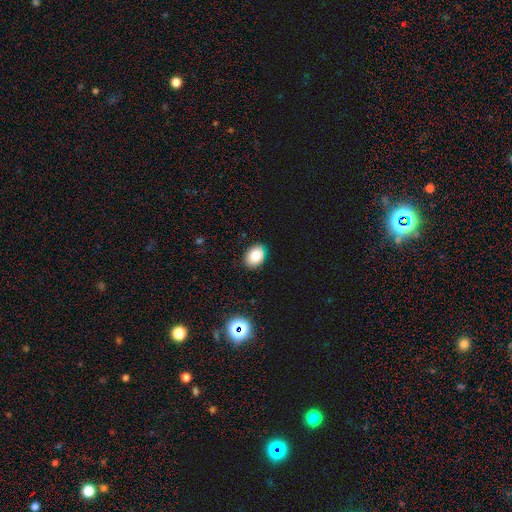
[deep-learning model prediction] smooth_or_featured: smooth (p=0.82) [alt: star or artifact p=0.11]
how_rounded: in between (p=0.70) [alt: round p=0.29]
merging: none (p=0.85) [alt: minor disturbance p=0.12]